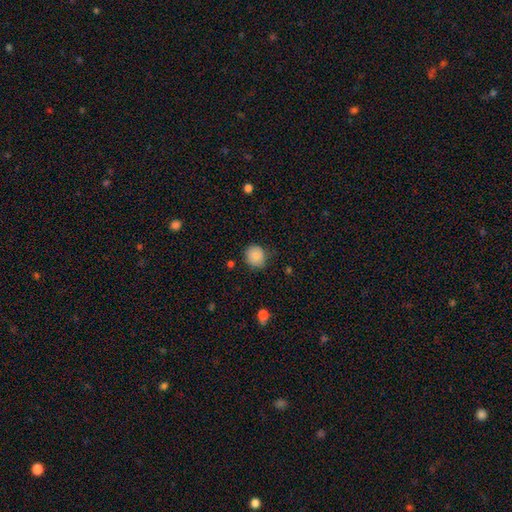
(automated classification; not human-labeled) Overall: smooth (86%). How rounded: round (85%). Merging: none (79%).